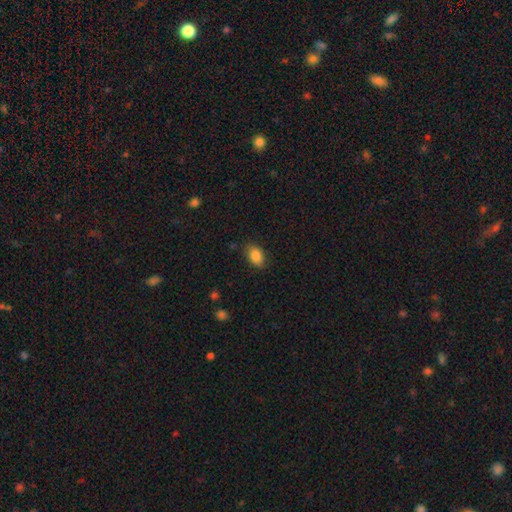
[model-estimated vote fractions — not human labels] This is clearly a smooth galaxy (86%). How rounded: clearly in between (86%). Merging: clearly none (80%).